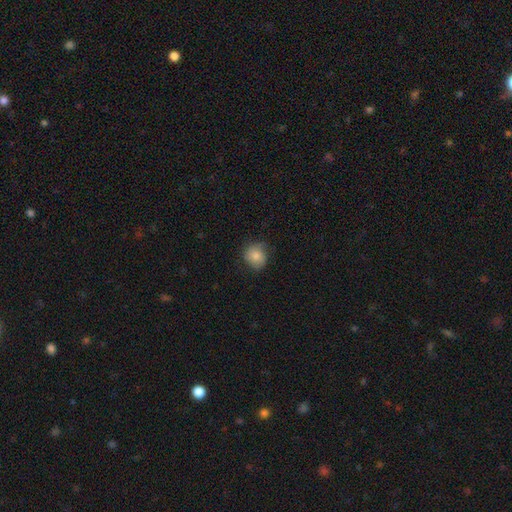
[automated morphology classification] smooth_or_featured: smooth (p=0.79) [alt: featured or disk p=0.13]
how_rounded: round (p=0.79) [alt: in between p=0.20]
merging: none (p=0.68) [alt: minor disturbance p=0.25]